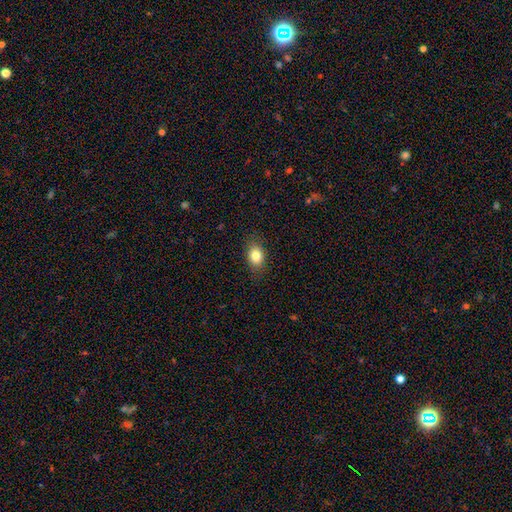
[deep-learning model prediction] smooth 82%, star or artifact 9%, featured or disk 8%. Down the decision tree: how rounded — in between (71%); merging — none (86%).